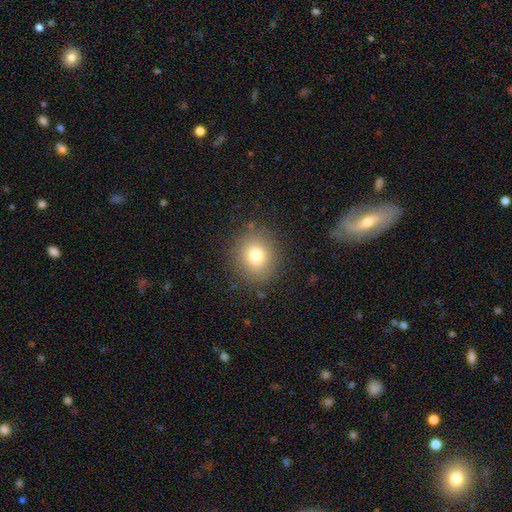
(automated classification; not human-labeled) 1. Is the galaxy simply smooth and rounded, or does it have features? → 76% smooth, 13% star or artifact, 11% featured or disk.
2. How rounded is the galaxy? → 79% round, 20% in between, 1% cigar-shaped.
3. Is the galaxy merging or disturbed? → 86% none, 9% minor disturbance, 4% major disturbance, 1% merger.